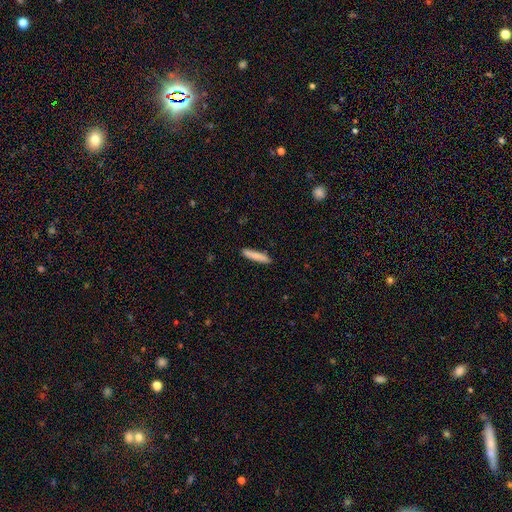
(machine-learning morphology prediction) type=smooth (82%); roundness=cigar-shaped (90%); merging=none (89%).